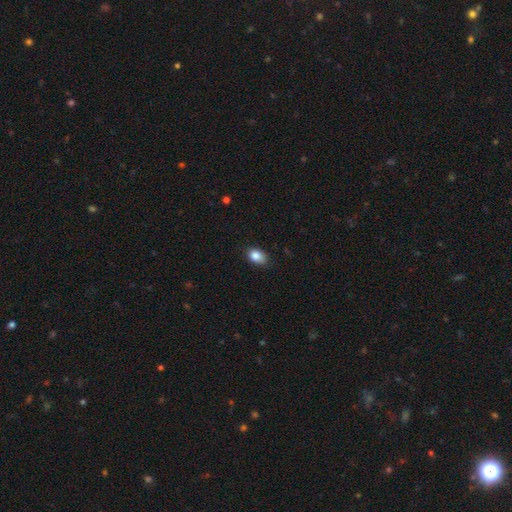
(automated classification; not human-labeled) This is clearly a smooth galaxy (86%). How rounded: likely in between (79%). Merging: clearly none (82%).